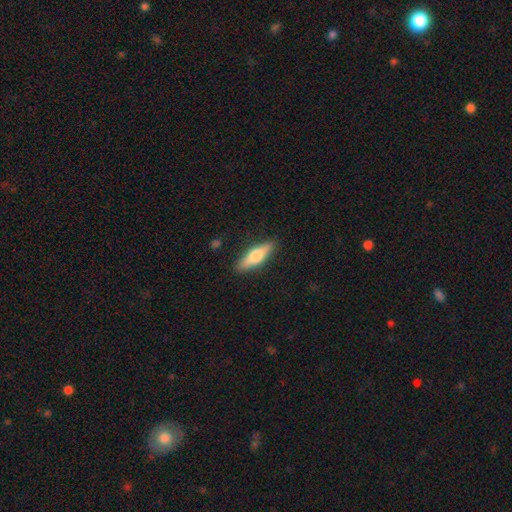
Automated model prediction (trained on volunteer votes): The model was most divided on "smooth or featured": smooth: 56%, featured or disk: 38%, star or artifact: 6%. More confident: merging — none (89%); how rounded — cigar-shaped (59%).